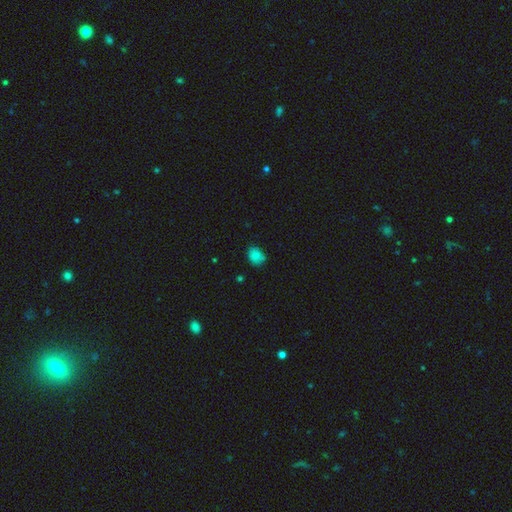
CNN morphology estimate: Q: Smooth or featured?
A: smooth (83%); runner-up: star or artifact (11%)
Q: How rounded?
A: in between (58%); runner-up: round (41%)
Q: Merging?
A: none (72%); runner-up: minor disturbance (22%)